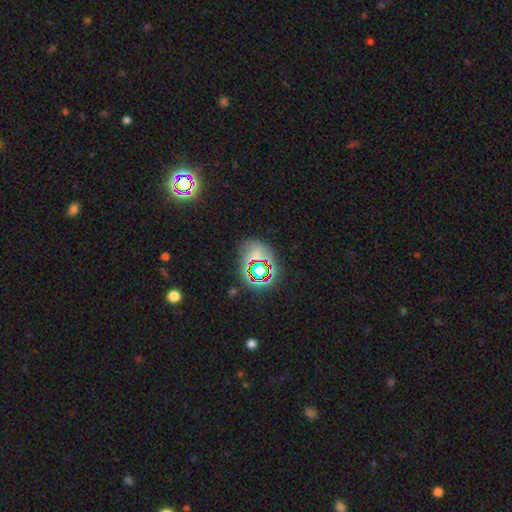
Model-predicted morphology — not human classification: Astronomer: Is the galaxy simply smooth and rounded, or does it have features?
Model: star or artifact — 59%.